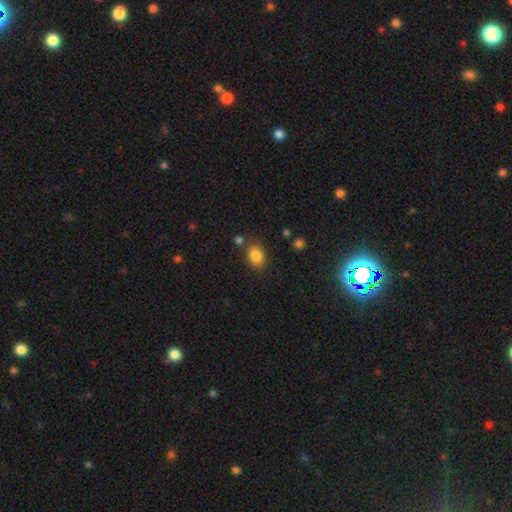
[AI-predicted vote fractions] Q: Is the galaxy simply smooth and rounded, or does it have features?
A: smooth — 85%.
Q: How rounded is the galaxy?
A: in between — 71%.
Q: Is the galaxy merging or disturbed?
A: none — 76%.